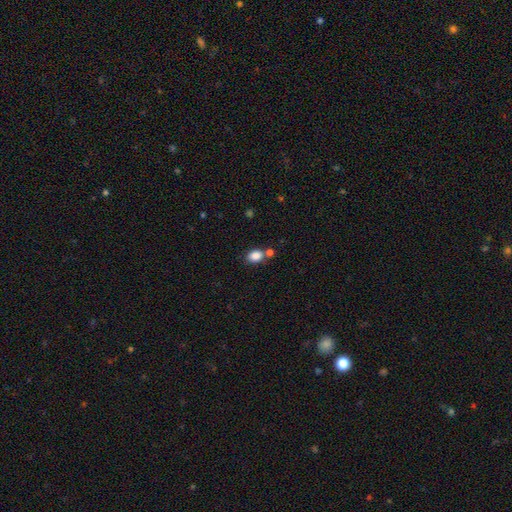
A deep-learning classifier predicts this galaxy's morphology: smooth-or-featured: smooth: 86% | star or artifact: 10% | featured or disk: 5%
  how-rounded: in between: 70% | round: 28% | cigar-shaped: 1%
  merging: none: 62% | merger: 22% | minor disturbance: 12% | major disturbance: 4%